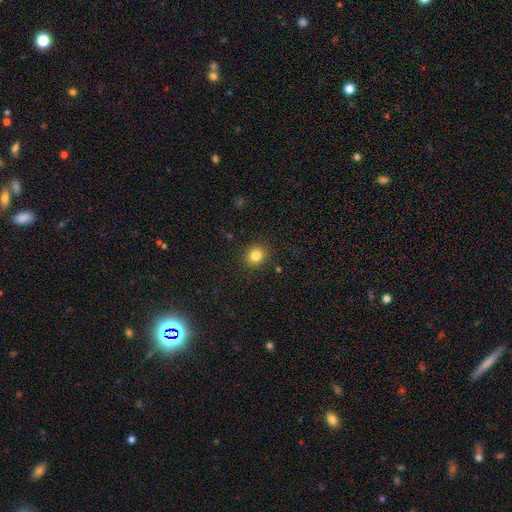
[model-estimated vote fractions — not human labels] Smooth or featured? smooth (82%)
How rounded? round (81%)
Merging? none (90%)